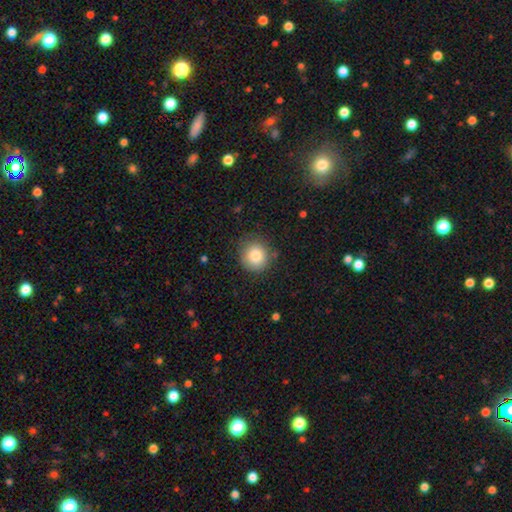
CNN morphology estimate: This appears to be a smooth galaxy with no disk features (82%) that is round (88%). Merging: none (82%).